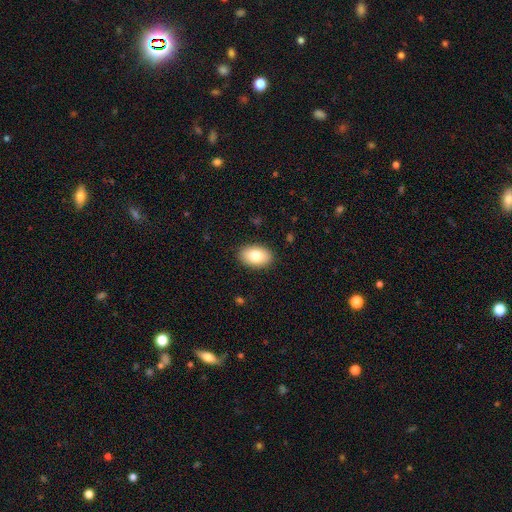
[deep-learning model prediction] This is clearly a smooth galaxy (81%). How rounded: clearly in between (91%). Merging: clearly none (89%).